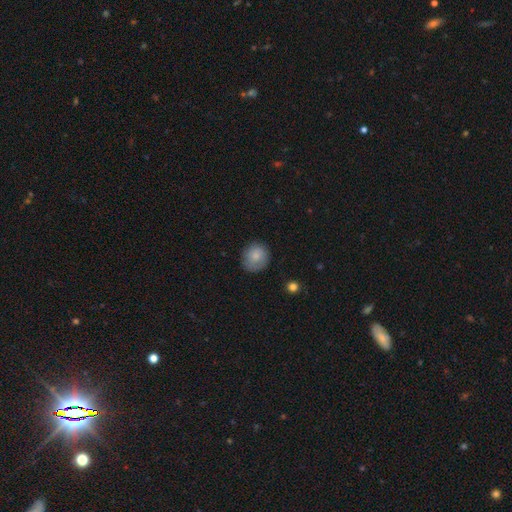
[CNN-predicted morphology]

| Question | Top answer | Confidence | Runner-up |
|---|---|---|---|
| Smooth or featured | smooth | 82% | featured or disk (11%) |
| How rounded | round | 82% | in between (17%) |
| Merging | none | 79% | minor disturbance (16%) |